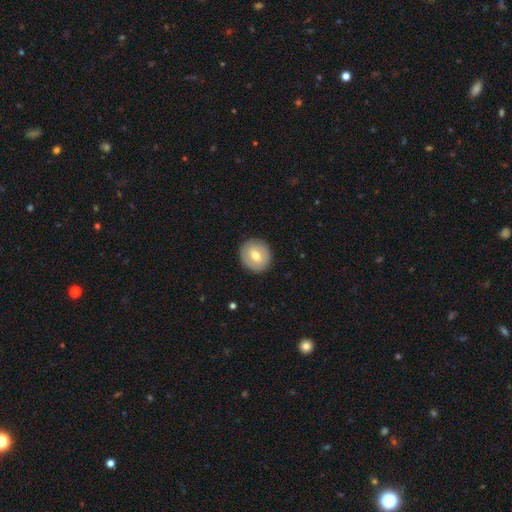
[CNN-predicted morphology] type=smooth (62%); roundness=round (82%); merging=none (89%).